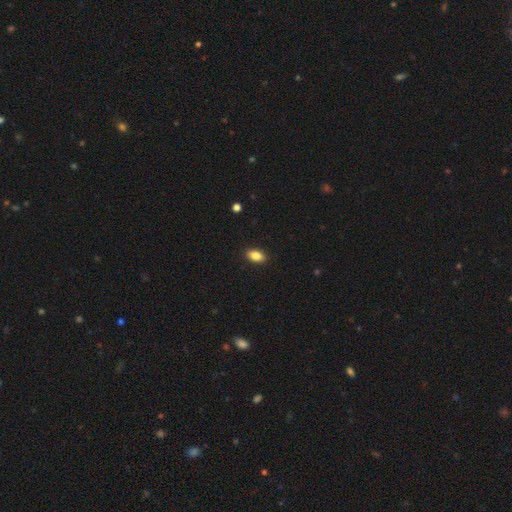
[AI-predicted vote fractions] A smooth galaxy with no disk features (85%) that is in between round and cigar-shaped (90%).

Vote fractions:
- Smooth or featured? smooth: 85% / star or artifact: 8% / featured or disk: 7%
- How rounded? in between: 90% / round: 7% / cigar-shaped: 3%
- Merging? none: 90% / minor disturbance: 7% / major disturbance: 2% / merger: 1%